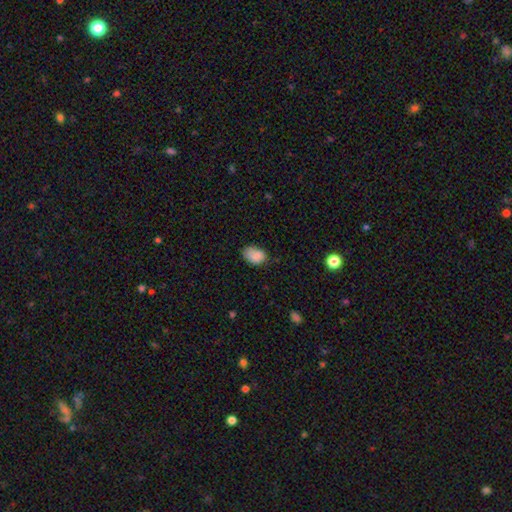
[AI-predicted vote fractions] This is clearly a smooth galaxy (85%). How rounded: clearly in between (81%). Merging: likely none (61%).